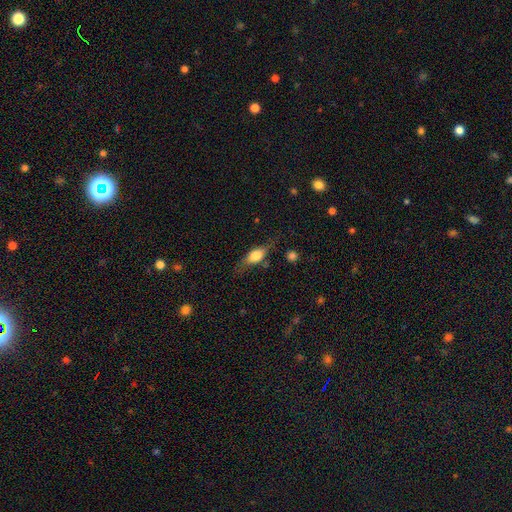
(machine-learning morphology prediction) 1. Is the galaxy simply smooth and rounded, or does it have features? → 60% smooth, 33% featured or disk, 8% star or artifact.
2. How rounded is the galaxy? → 72% in between, 20% cigar-shaped, 8% round.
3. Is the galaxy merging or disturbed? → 62% none, 24% minor disturbance, 11% major disturbance, 3% merger.